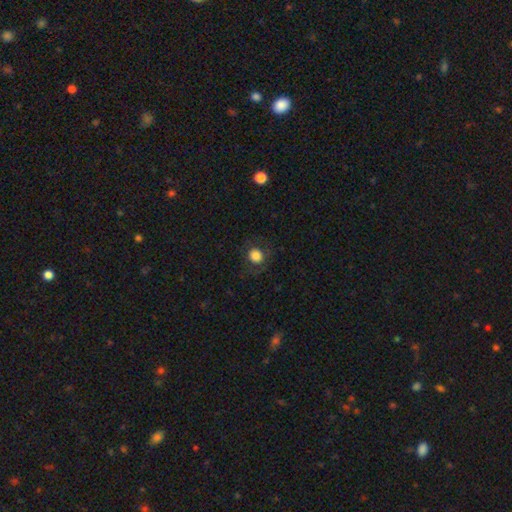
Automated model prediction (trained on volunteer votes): smooth_or_featured: smooth (p=0.77) [alt: featured or disk p=0.12]
how_rounded: round (p=0.87) [alt: in between p=0.12]
merging: none (p=0.80) [alt: minor disturbance p=0.11]